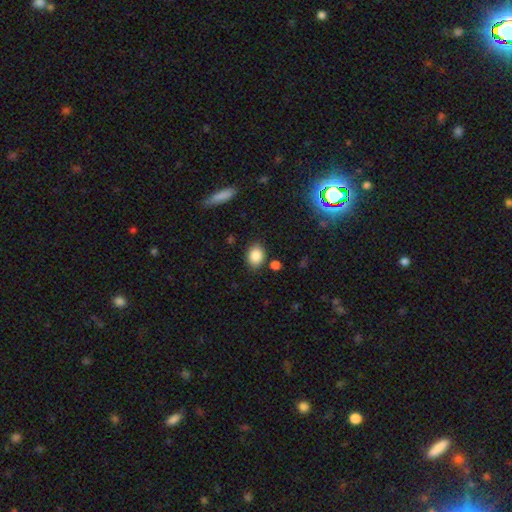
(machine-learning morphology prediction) Smooth or featured: smooth — 86% (star or artifact — 9%)
How rounded: in between — 58% (round — 41%)
Merging: none — 81% (minor disturbance — 11%)